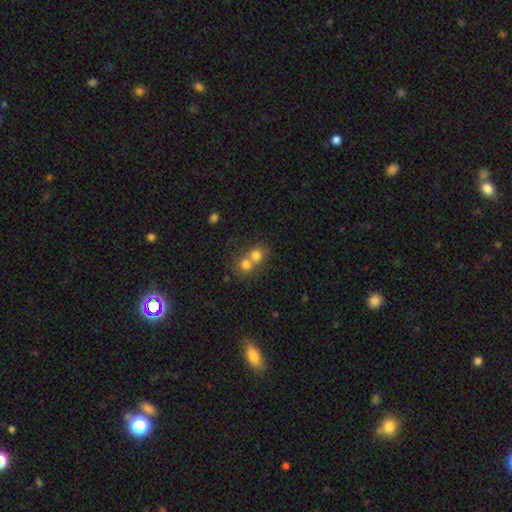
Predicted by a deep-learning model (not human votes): Smooth or featured? Predicted: smooth (p=0.75). How rounded? Predicted: round (p=0.78). Merging? Predicted: merger (p=0.64).